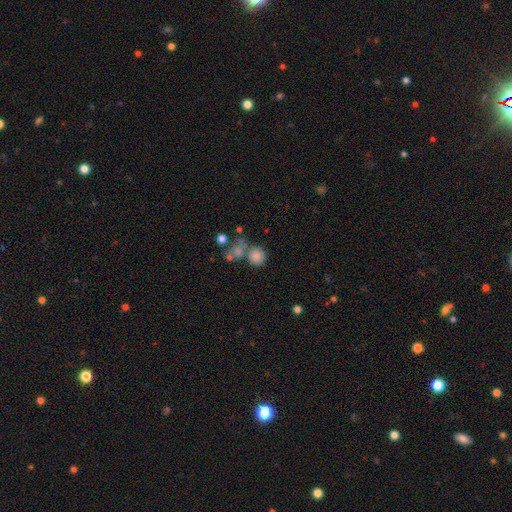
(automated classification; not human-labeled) A smooth galaxy with no disk features (79%) that is round (86%).

Vote fractions:
- Smooth or featured? smooth: 79% / star or artifact: 12% / featured or disk: 9%
- How rounded? round: 86% / in between: 13% / cigar-shaped: 1%
- Merging? none: 50% / merger: 32% / minor disturbance: 11% / major disturbance: 7%